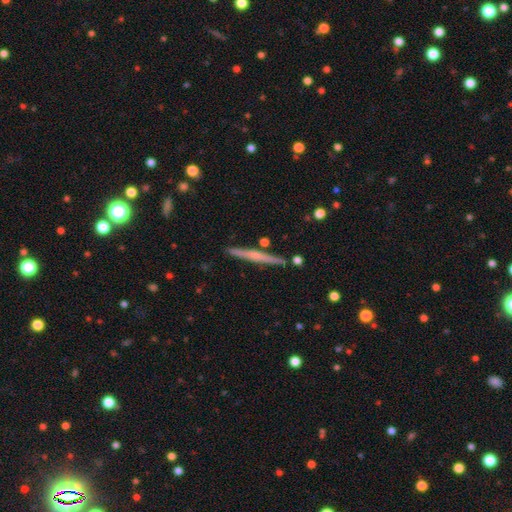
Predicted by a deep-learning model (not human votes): Smooth or featured? featured or disk (59%)
Edge-on disk? yes (98%)
Edge-on bulge? none (55%)
Merging? none (89%)